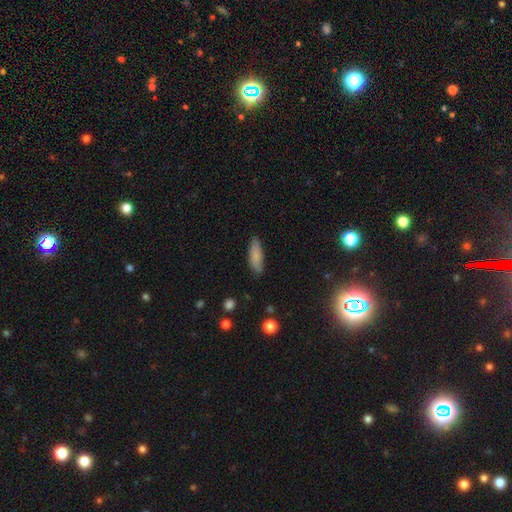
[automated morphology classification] Smooth or featured? smooth (80%)
How rounded? in between (54%)
Merging? none (78%)